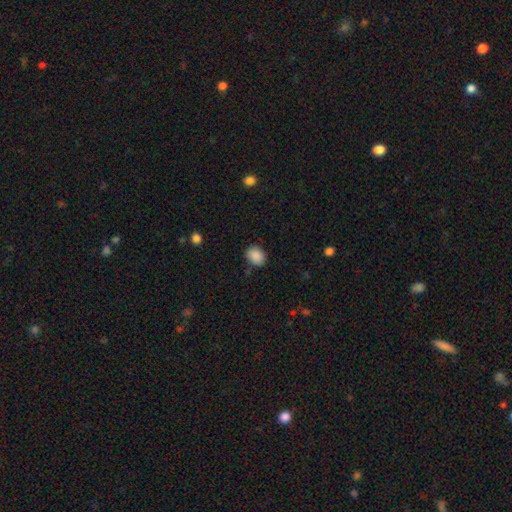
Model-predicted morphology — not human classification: A smooth galaxy with no disk features (88%) that is in between round and cigar-shaped (57%).

Vote fractions:
- Smooth or featured? smooth: 88% / star or artifact: 8% / featured or disk: 3%
- How rounded? in between: 57% / round: 42% / cigar-shaped: 1%
- Merging? none: 81% / minor disturbance: 14% / major disturbance: 3% / merger: 2%